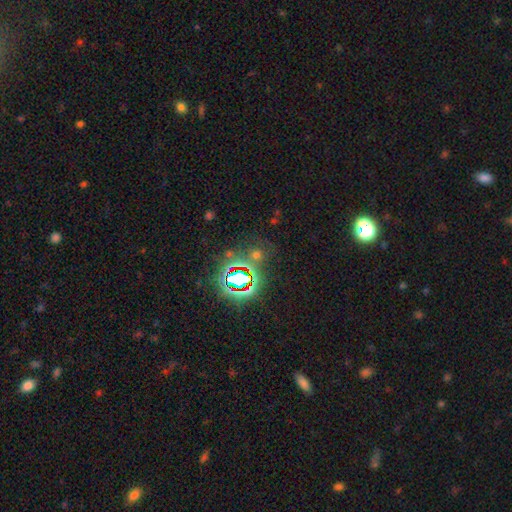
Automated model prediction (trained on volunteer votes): smooth_or_featured: star or artifact (p=0.63) [alt: smooth p=0.28]